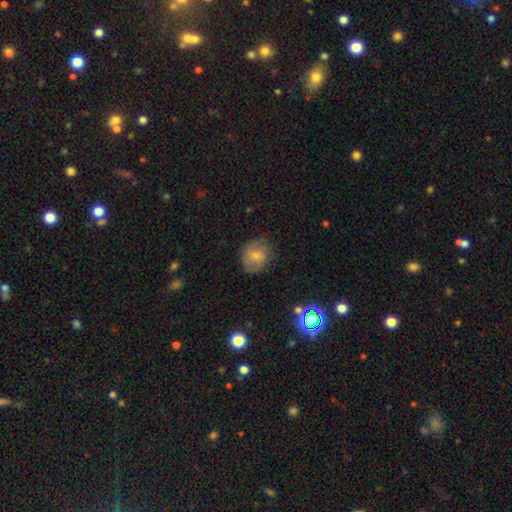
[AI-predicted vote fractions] A smooth galaxy with no disk features (67%) that is round (73%).

Vote fractions:
- Smooth or featured? smooth: 67% / featured or disk: 25% / star or artifact: 9%
- How rounded? round: 73% / in between: 26% / cigar-shaped: 1%
- Merging? none: 73% / minor disturbance: 19% / major disturbance: 6% / merger: 1%